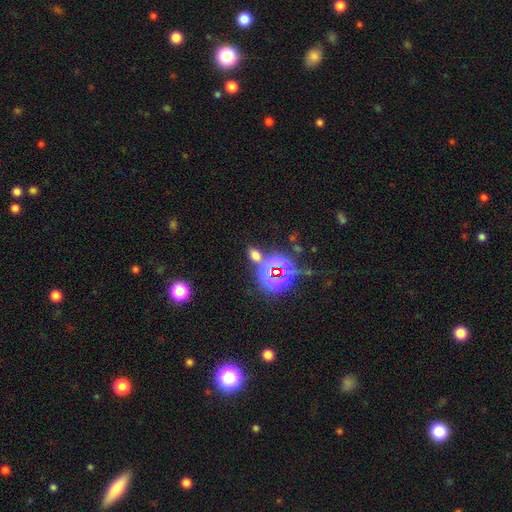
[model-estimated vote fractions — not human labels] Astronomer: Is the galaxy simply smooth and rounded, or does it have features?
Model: smooth — 52% (runner-up: star or artifact, 40%).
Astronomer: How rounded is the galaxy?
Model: in between — 75%.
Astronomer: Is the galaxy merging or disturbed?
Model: none — 73%.